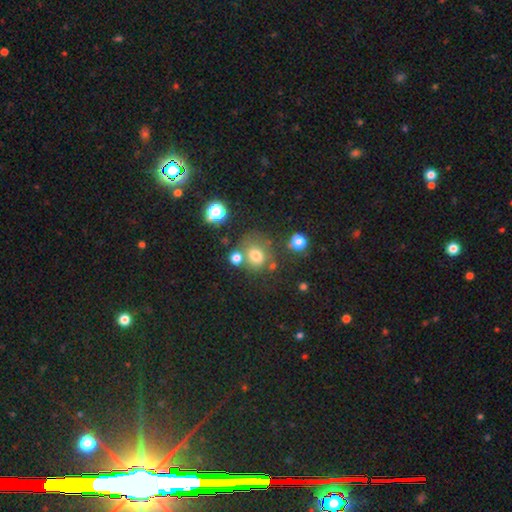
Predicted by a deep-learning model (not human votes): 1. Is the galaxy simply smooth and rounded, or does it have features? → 72% smooth, 18% star or artifact, 11% featured or disk.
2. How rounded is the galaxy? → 74% round, 25% in between, 1% cigar-shaped.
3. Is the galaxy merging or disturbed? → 60% none, 18% merger, 15% minor disturbance, 7% major disturbance.